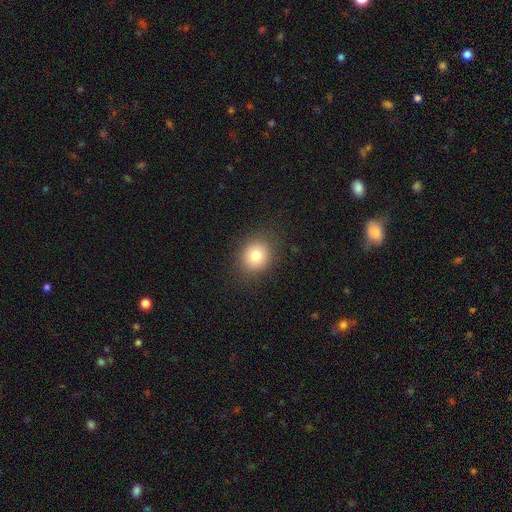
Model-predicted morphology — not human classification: A smooth galaxy with no disk features (78%) that is round (76%). Merging: none (87%).